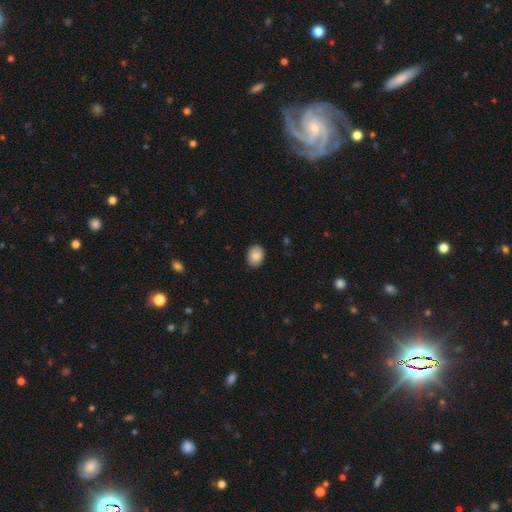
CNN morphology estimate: A smooth galaxy with no disk features (88%) that is in between round and cigar-shaped (60%).

Vote fractions:
- Smooth or featured? smooth: 88% / star or artifact: 8% / featured or disk: 5%
- How rounded? in between: 60% / round: 39% / cigar-shaped: 1%
- Merging? none: 88% / minor disturbance: 9% / major disturbance: 2% / merger: 1%